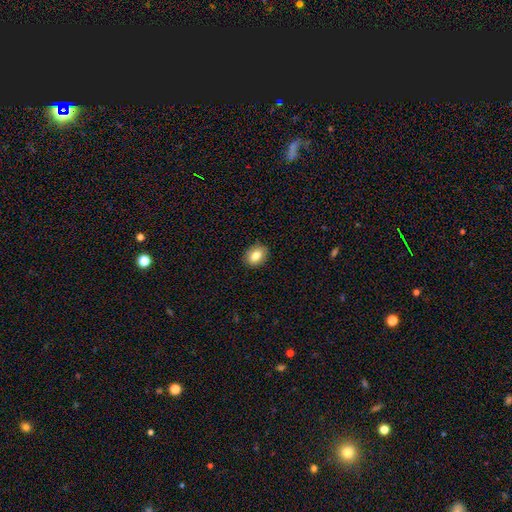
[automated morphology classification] smooth-or-featured: smooth: 80% | featured or disk: 11% | star or artifact: 9%
  how-rounded: in between: 60% | round: 39% | cigar-shaped: 1%
  merging: none: 89% | minor disturbance: 8% | major disturbance: 2% | merger: 1%